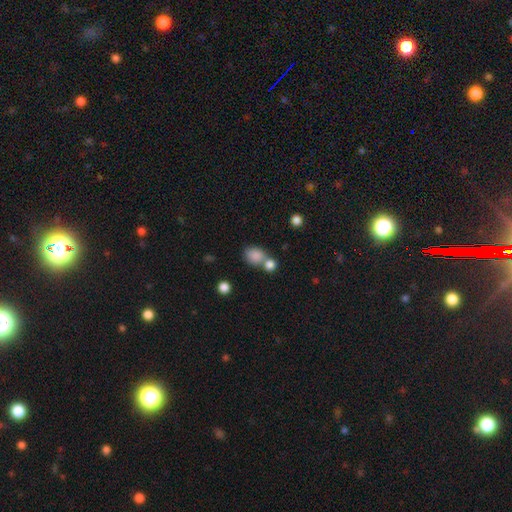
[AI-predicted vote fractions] The model was most divided on "how rounded": round: 50%, in between: 49%, cigar-shaped: 1%. Remaining: smooth or featured — smooth (84%); merging — merger (45%).